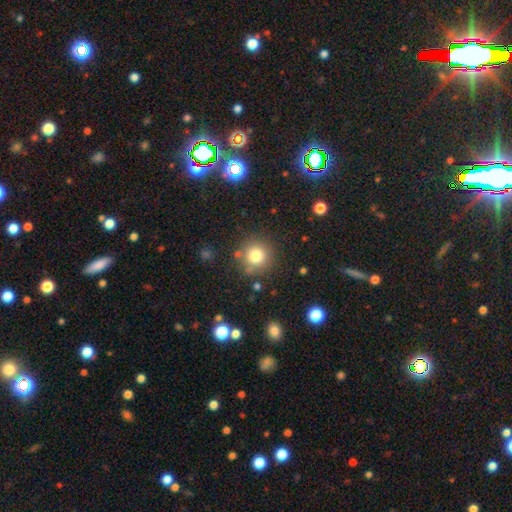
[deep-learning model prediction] smooth 79%, star or artifact 13%, featured or disk 8%. Down the decision tree: how rounded — round (94%); merging — none (83%).